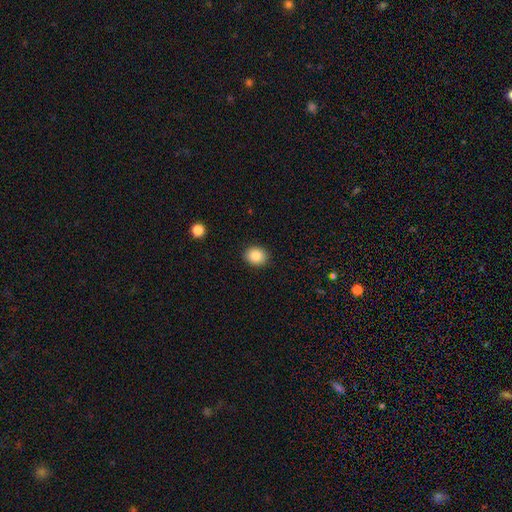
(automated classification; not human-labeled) smooth_or_featured: smooth (p=0.86) [alt: star or artifact p=0.09]
how_rounded: round (p=0.60) [alt: in between p=0.39]
merging: none (p=0.90) [alt: minor disturbance p=0.07]